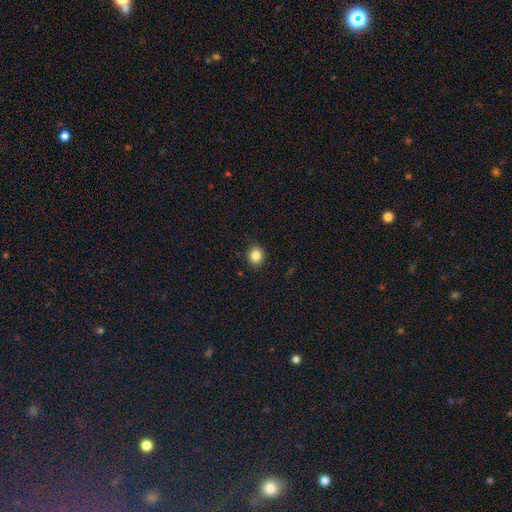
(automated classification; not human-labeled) smooth_or_featured: smooth (p=0.85) [alt: star or artifact p=0.11]
how_rounded: round (p=0.76) [alt: in between p=0.23]
merging: none (p=0.90) [alt: minor disturbance p=0.07]